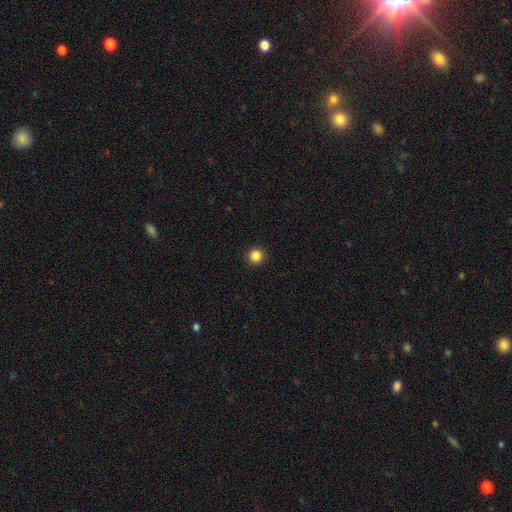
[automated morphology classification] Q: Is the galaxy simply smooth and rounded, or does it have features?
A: smooth — 86%.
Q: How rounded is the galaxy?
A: round — 95%.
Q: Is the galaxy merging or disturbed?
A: none — 93%.